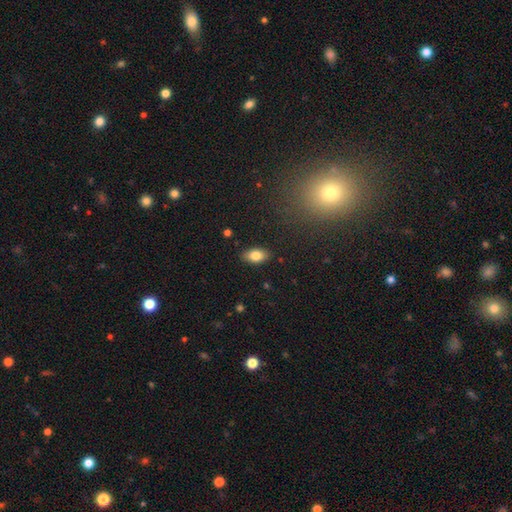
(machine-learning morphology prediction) Smooth or featured: smooth — 81% (featured or disk — 11%)
How rounded: in between — 91% (round — 6%)
Merging: none — 88% (minor disturbance — 9%)